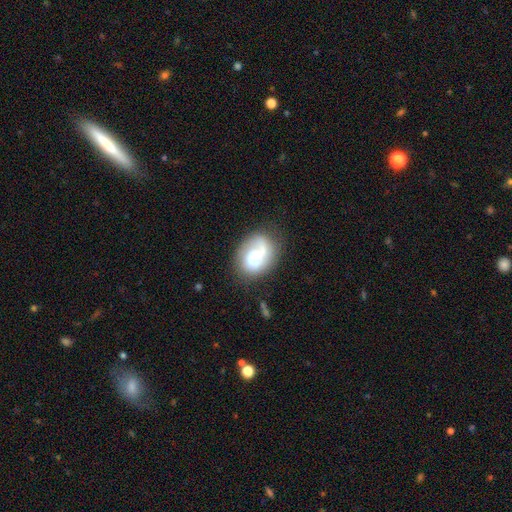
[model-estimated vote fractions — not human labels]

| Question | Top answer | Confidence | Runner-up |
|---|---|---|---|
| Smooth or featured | featured or disk | 83% | smooth (12%) |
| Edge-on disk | no | 98% | yes (2%) |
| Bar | no | 45% | weak (44%) |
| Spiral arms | yes | 95% | no (5%) |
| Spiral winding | medium | 52% | loose (26%) |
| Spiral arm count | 2 | 89% | can't tell (4%) |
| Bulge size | moderate | 58% | small (33%) |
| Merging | none | 81% | minor disturbance (13%) |